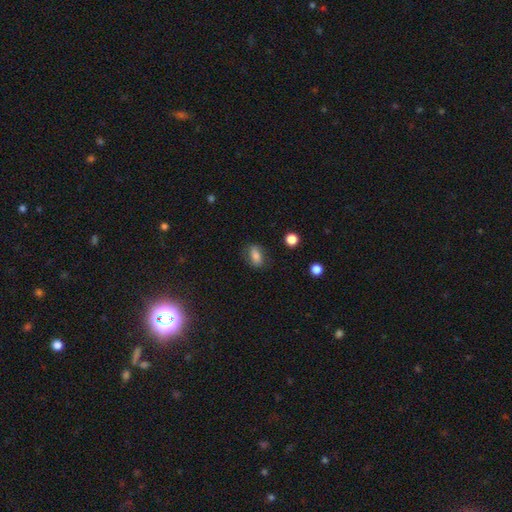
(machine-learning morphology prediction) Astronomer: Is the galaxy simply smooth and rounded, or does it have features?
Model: smooth — 77%.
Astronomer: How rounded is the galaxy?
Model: in between — 83%.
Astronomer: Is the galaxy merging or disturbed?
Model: none — 75%.